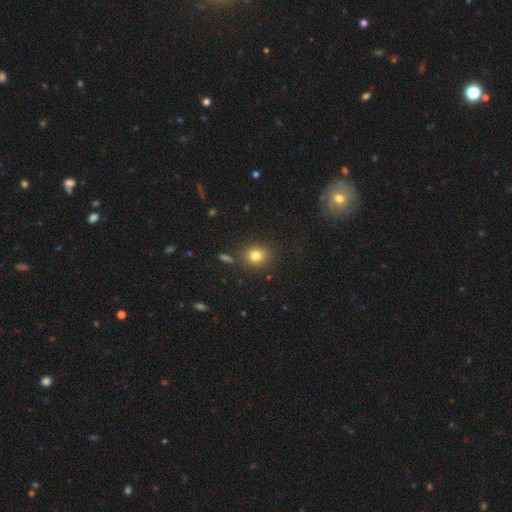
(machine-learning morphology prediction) Overall: smooth (79%). How rounded: round (73%). Merging: none (85%).